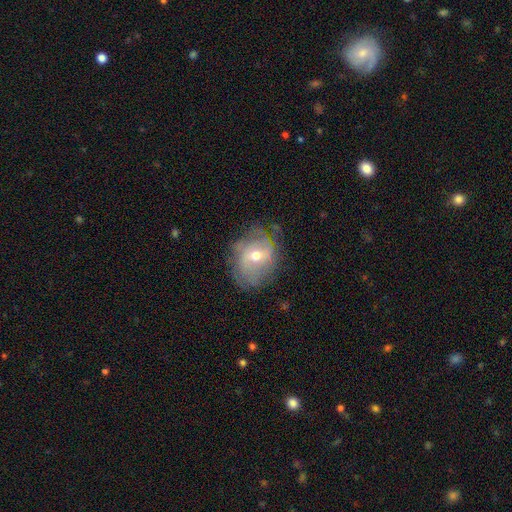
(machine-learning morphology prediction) Smooth or featured?
  - featured or disk: 65% *
  - smooth: 26%
  - star or artifact: 9%
Edge-on disk?
  - no: 96% *
  - yes: 4%
Bar?
  - no: 49% *
  - weak: 41%
  - strong: 11%
Spiral arms?
  - yes: 72% *
  - no: 28%
Bulge size?
  - moderate: 66% *
  - small: 29%
  - large: 4%
  - none: 1%
  - dominant: 1%
Merging?
  - none: 59% *
  - minor disturbance: 26%
  - major disturbance: 13%
  - merger: 2%